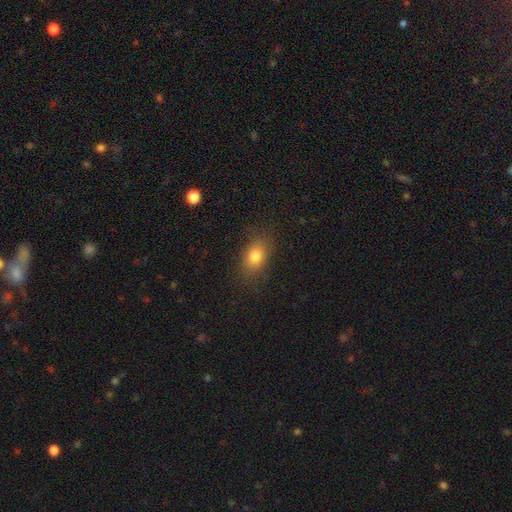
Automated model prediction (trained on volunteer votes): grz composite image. It shows a smooth galaxy with no disk features (80%) that is in between round and cigar-shaped (77%). Merging: none (81%).